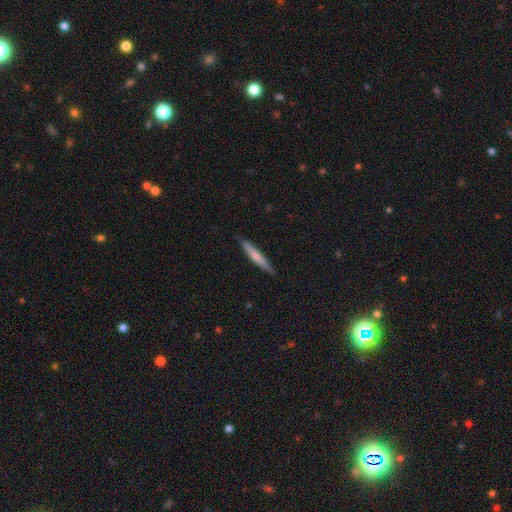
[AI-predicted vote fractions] This is likely a smooth galaxy (69%). How rounded: clearly cigar-shaped (94%). Merging: clearly none (89%).